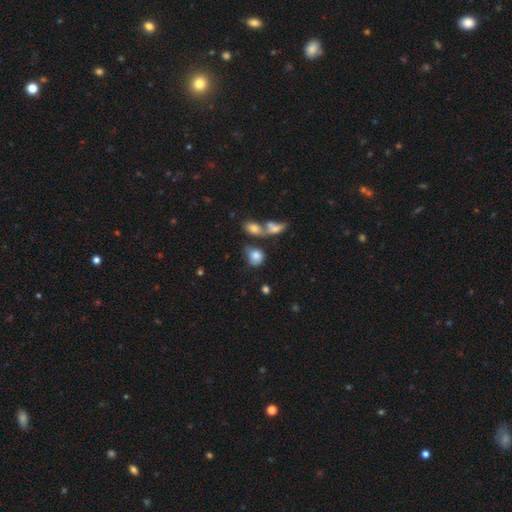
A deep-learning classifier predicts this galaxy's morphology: smooth-or-featured: smooth: 78% | featured or disk: 12% | star or artifact: 10%
  how-rounded: round: 51% | in between: 47% | cigar-shaped: 2%
  merging: none: 40% | merger: 30% | minor disturbance: 19% | major disturbance: 11%